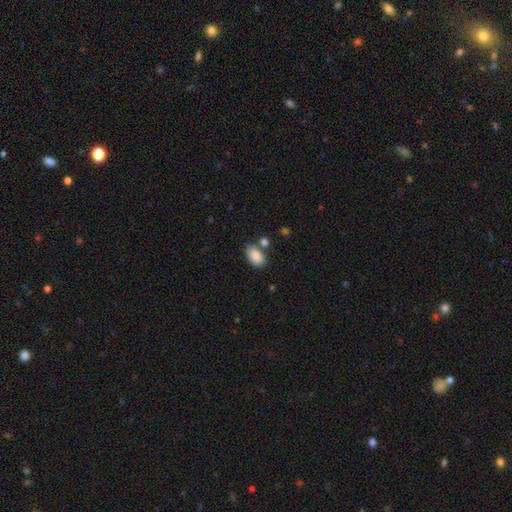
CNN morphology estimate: Smooth or featured? smooth (88%)
How rounded? in between (93%)
Merging? none (65%)